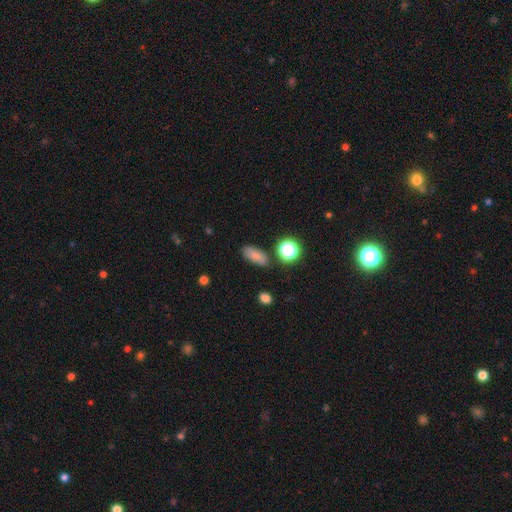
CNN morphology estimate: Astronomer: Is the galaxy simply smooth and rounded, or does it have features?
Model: smooth — 79%.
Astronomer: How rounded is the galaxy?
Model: in between — 79%.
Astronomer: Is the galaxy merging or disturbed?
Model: none — 79%.